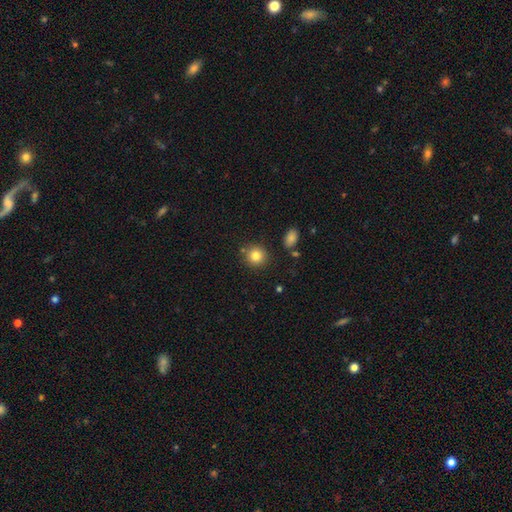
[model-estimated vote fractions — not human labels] This appears to be a smooth galaxy with no disk features (82%) that is round (89%). Merging: none (83%).